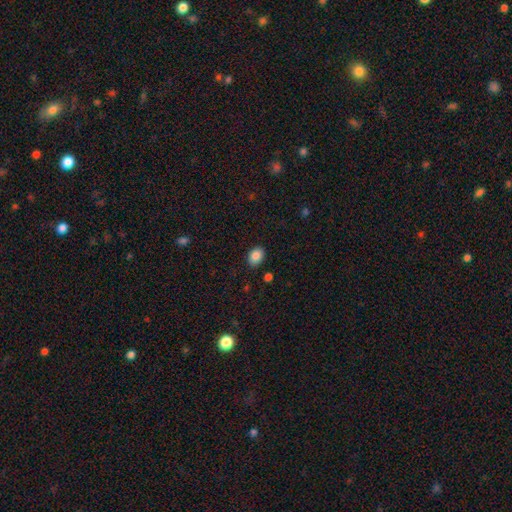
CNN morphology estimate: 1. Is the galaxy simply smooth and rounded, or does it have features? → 87% smooth, 8% star or artifact, 4% featured or disk.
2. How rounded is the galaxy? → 72% in between, 27% round, 1% cigar-shaped.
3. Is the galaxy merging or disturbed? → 86% none, 10% minor disturbance, 2% major disturbance, 2% merger.